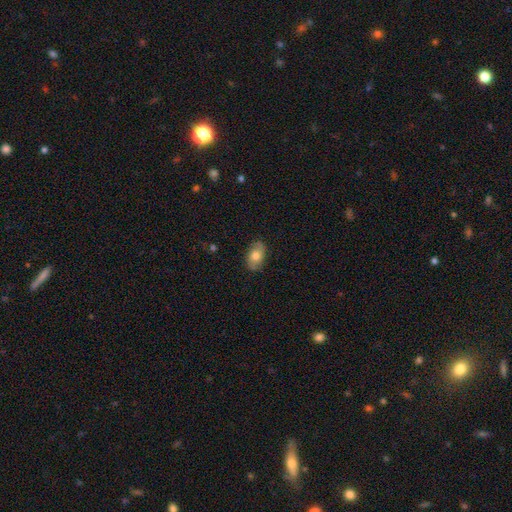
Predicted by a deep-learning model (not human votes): Smooth or featured: smooth — 65% (featured or disk — 28%)
How rounded: in between — 88% (round — 10%)
Merging: none — 82% (minor disturbance — 14%)